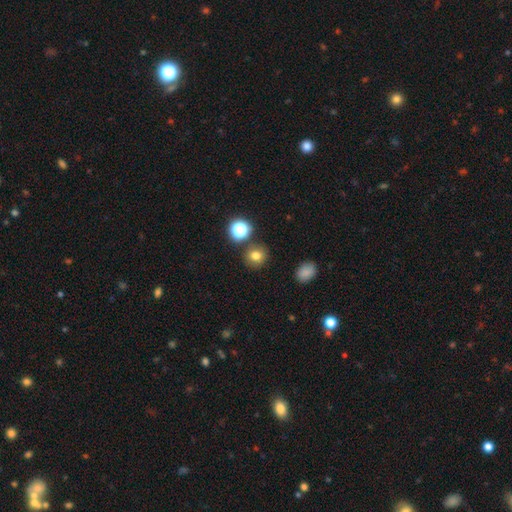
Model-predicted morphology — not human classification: The model was most divided on "smooth or featured": smooth: 76%, star or artifact: 16%, featured or disk: 7%. More confident: how rounded — round (85%); merging — none (83%).